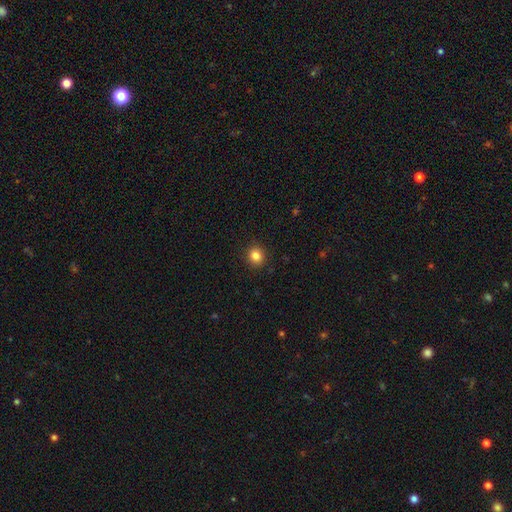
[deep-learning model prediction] Q: Smooth or featured?
A: smooth (84%); runner-up: star or artifact (11%)
Q: How rounded?
A: round (84%); runner-up: in between (15%)
Q: Merging?
A: none (91%); runner-up: minor disturbance (6%)